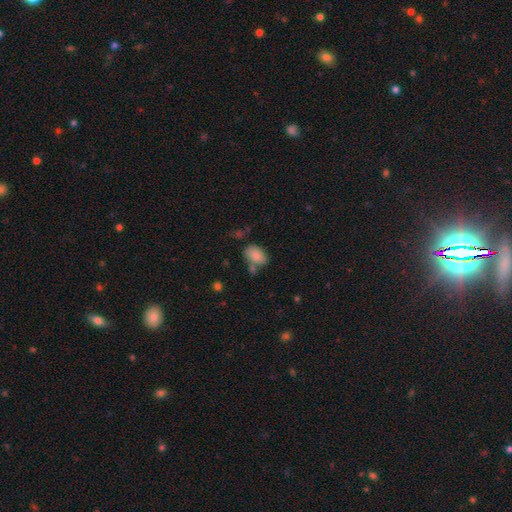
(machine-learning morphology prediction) The model was most divided on "merging": none: 57%, minor disturbance: 19%, merger: 18%, major disturbance: 6%. More confident: how rounded — in between (87%); smooth or featured — smooth (84%).